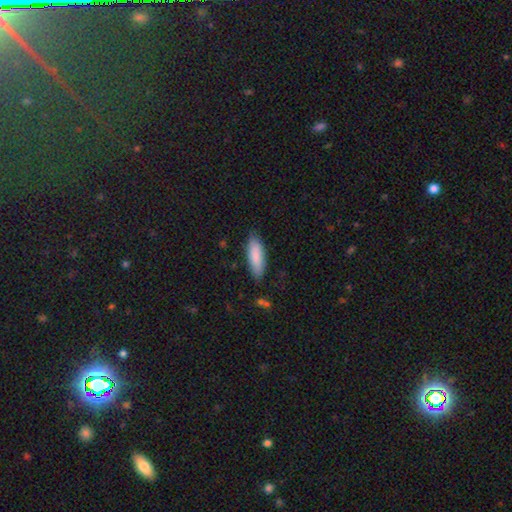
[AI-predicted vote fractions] smooth 85%, featured or disk 9%, star or artifact 6%. Down the decision tree: how rounded — in between (59%); merging — none (83%).